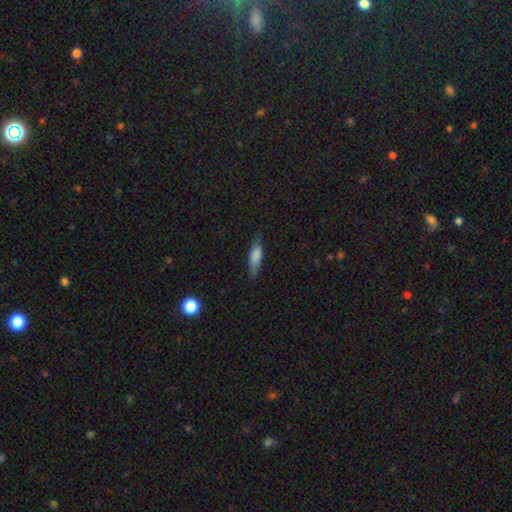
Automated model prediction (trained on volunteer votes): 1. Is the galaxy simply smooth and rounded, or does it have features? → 77% smooth, 16% featured or disk, 7% star or artifact.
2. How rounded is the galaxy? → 51% cigar-shaped, 47% in between, 2% round.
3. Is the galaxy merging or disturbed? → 74% none, 20% minor disturbance, 4% major disturbance, 1% merger.